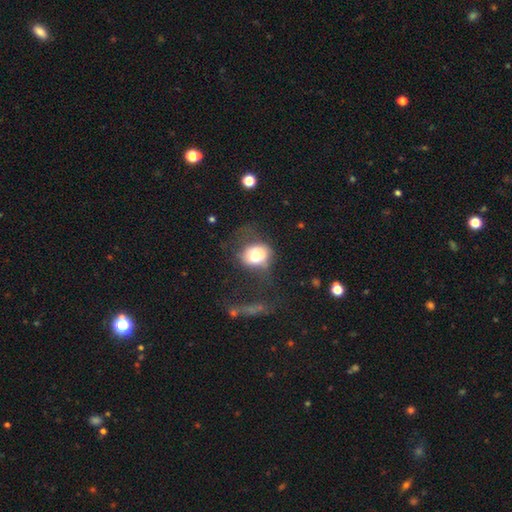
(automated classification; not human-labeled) smooth 69%, featured or disk 21%, star or artifact 10%. Down the decision tree: how rounded — round (62%); merging — none (41%).